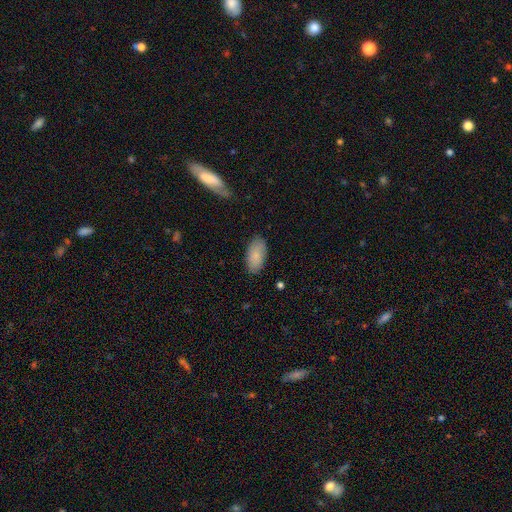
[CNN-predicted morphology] smooth-or-featured: smooth: 84% | featured or disk: 10% | star or artifact: 6%
  how-rounded: in between: 93% | cigar-shaped: 5% | round: 2%
  merging: none: 84% | minor disturbance: 12% | major disturbance: 3% | merger: 1%